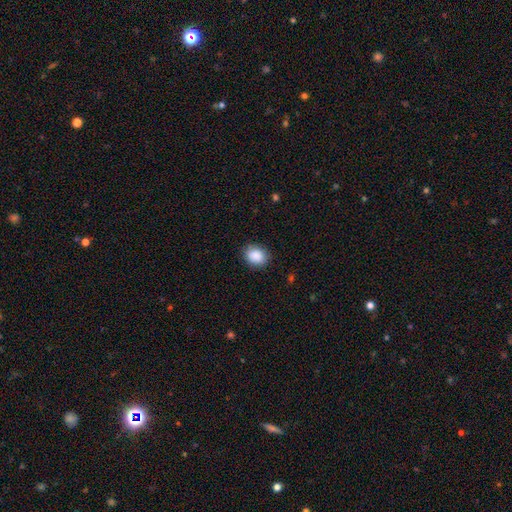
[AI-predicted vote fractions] This is clearly a smooth galaxy (89%). How rounded: possibly round (53%). Merging: clearly none (85%).